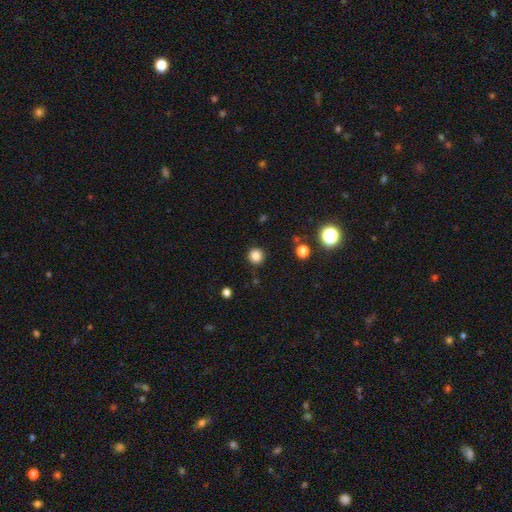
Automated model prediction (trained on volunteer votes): Smooth or featured?
  - smooth: 84% *
  - star or artifact: 13%
  - featured or disk: 3%
How rounded?
  - round: 93% *
  - in between: 6%
  - cigar-shaped: 1%
Merging?
  - none: 87% *
  - minor disturbance: 8%
  - major disturbance: 3%
  - merger: 2%